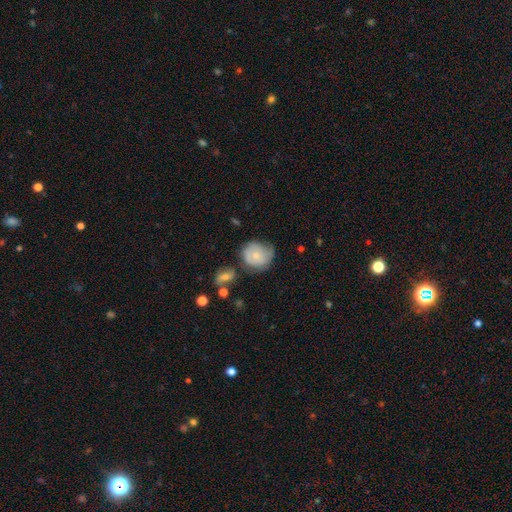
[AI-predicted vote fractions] Smooth or featured? Predicted: smooth (p=0.64). How rounded? Predicted: round (p=0.78). Merging? Predicted: none (p=0.48).